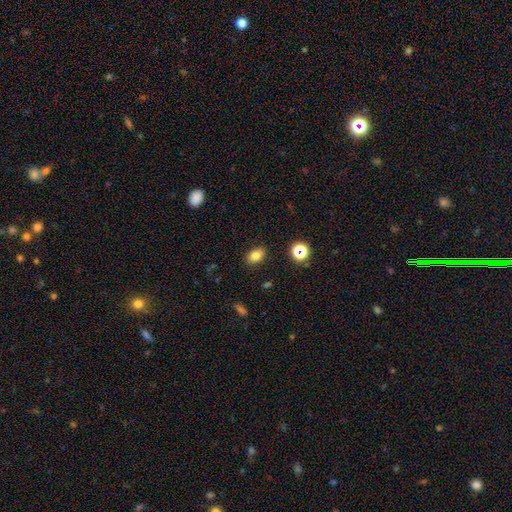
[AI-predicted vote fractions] A smooth galaxy with no disk features (79%) that is in between round and cigar-shaped (81%).

Vote fractions:
- Smooth or featured? smooth: 79% / star or artifact: 12% / featured or disk: 9%
- How rounded? in between: 81% / round: 17% / cigar-shaped: 2%
- Merging? none: 88% / minor disturbance: 9% / major disturbance: 2% / merger: 2%